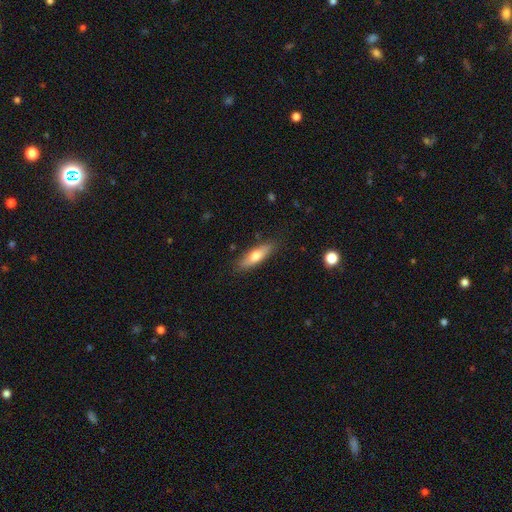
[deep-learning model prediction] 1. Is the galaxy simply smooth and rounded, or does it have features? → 65% smooth, 29% featured or disk, 6% star or artifact.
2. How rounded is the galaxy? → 58% cigar-shaped, 39% in between, 2% round.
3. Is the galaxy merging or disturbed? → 84% none, 12% minor disturbance, 2% major disturbance, 1% merger.